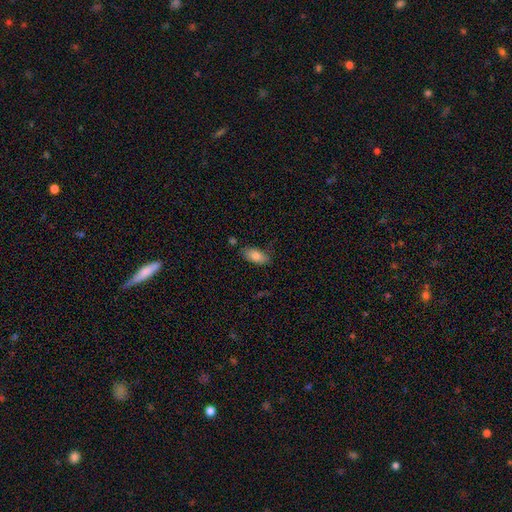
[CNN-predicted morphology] Smooth or featured: smooth — 83% (featured or disk — 10%)
How rounded: in between — 90% (cigar-shaped — 7%)
Merging: none — 75% (minor disturbance — 17%)